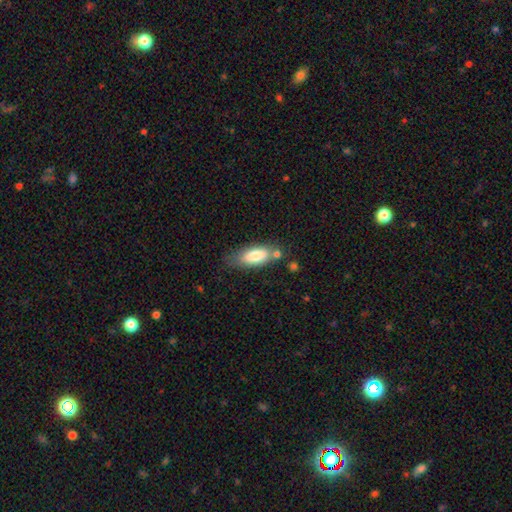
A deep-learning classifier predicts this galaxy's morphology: smooth-or-featured: smooth: 80% | featured or disk: 13% | star or artifact: 7%
  how-rounded: in between: 78% | cigar-shaped: 20% | round: 2%
  merging: none: 58% | minor disturbance: 21% | merger: 14% | major disturbance: 6%